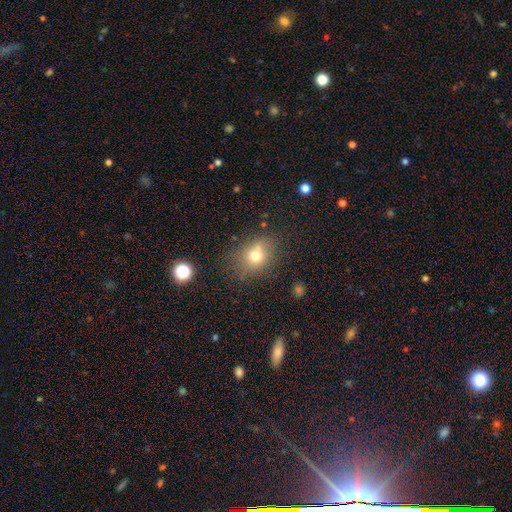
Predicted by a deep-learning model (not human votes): The model was most divided on "how rounded": round: 57%, in between: 42%, cigar-shaped: 1%. More confident: merging — none (71%); smooth or featured — smooth (71%).